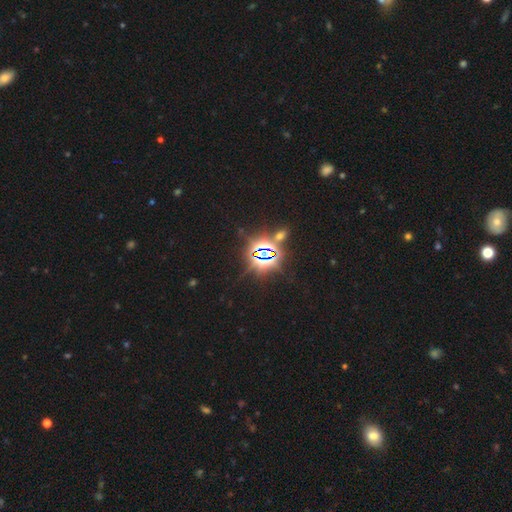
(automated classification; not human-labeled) Smooth or featured? Predicted: star or artifact (p=0.82).